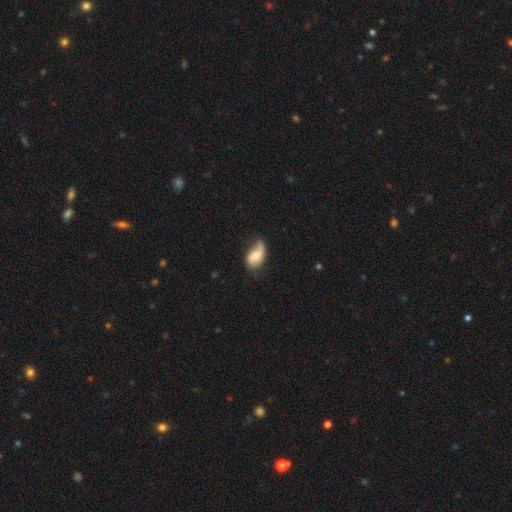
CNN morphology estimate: A smooth galaxy with no disk features (59%) that is in between round and cigar-shaped (91%). Merging: minor disturbance (39%, tied with none).